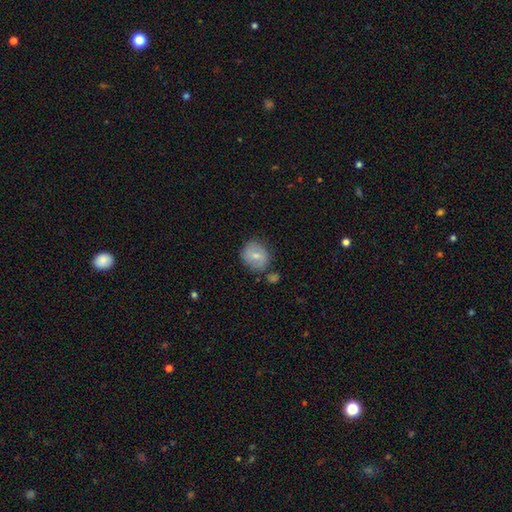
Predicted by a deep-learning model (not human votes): smooth-or-featured: smooth: 65% | featured or disk: 27% | star or artifact: 8%
  how-rounded: round: 76% | in between: 23% | cigar-shaped: 1%
  merging: none: 70% | minor disturbance: 18% | merger: 7% | major disturbance: 5%